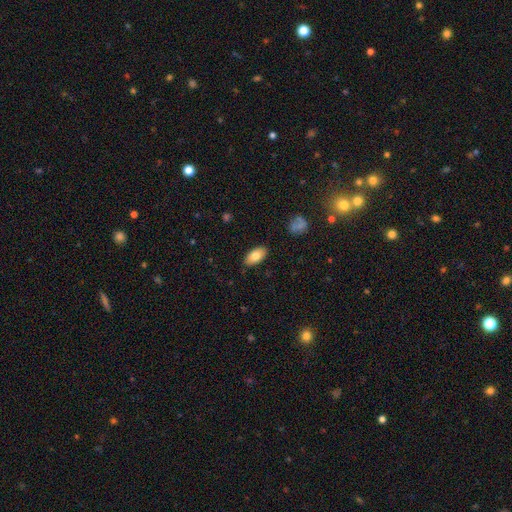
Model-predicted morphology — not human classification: Smooth or featured? Predicted: smooth (p=0.80). How rounded? Predicted: in between (p=0.93). Merging? Predicted: none (p=0.87).